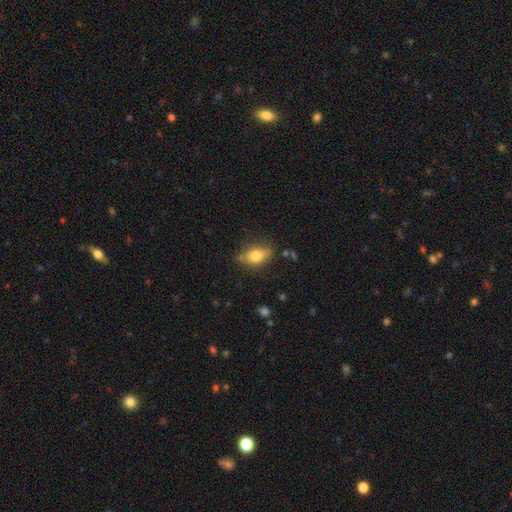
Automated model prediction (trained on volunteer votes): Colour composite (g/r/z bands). It shows a smooth galaxy with no disk features (69%) that is in between round and cigar-shaped (80%). Merging: none (75%).